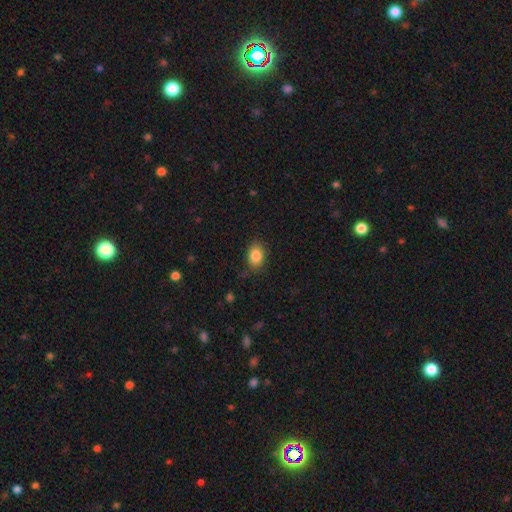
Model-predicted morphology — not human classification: Smooth or featured? Predicted: smooth (p=0.85). How rounded? Predicted: in between (p=0.79). Merging? Predicted: none (p=0.78).